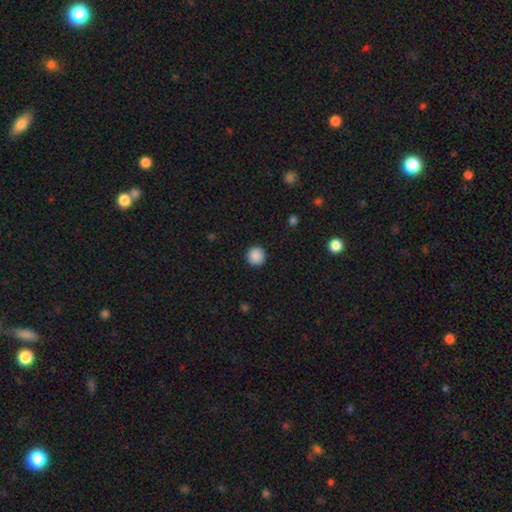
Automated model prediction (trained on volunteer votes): smooth-or-featured: smooth: 89% | star or artifact: 9% | featured or disk: 2%
  how-rounded: round: 95% | in between: 4% | cigar-shaped: 1%
  merging: none: 92% | minor disturbance: 5% | major disturbance: 2% | merger: 1%